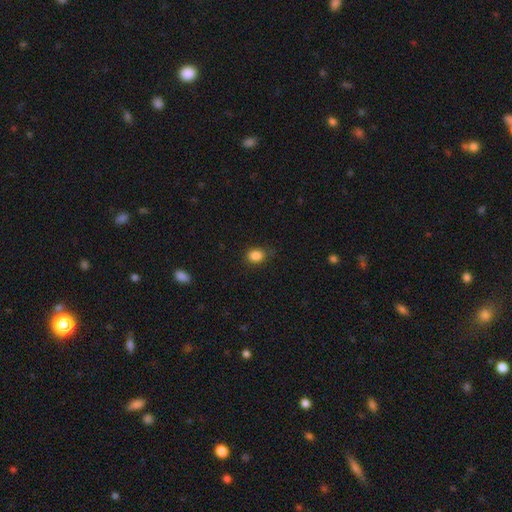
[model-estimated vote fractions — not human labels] This appears to be a smooth galaxy with no disk features (85%) that is in between round and cigar-shaped (49%, tied with round). Merging: none (77%).